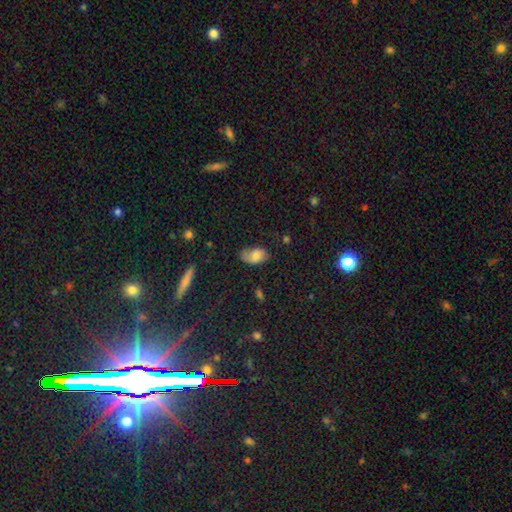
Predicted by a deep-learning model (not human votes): Q: Smooth or featured?
A: smooth (76%); runner-up: featured or disk (15%)
Q: How rounded?
A: in between (93%); runner-up: round (6%)
Q: Merging?
A: none (56%); runner-up: minor disturbance (32%)